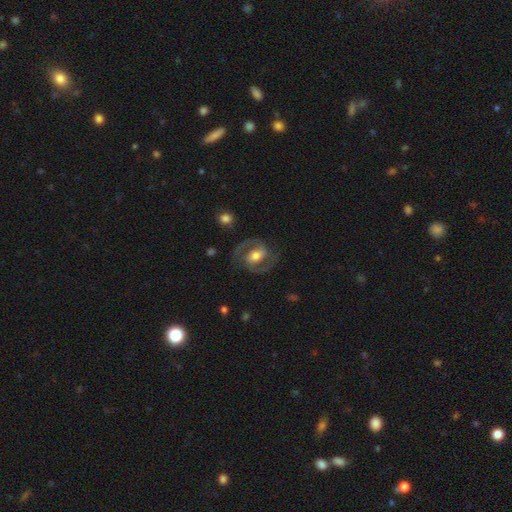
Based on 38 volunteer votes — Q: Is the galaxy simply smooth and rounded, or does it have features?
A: featured or disk — 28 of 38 (74%).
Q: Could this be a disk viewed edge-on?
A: no — 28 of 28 (100%).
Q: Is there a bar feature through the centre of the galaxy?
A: no — 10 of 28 (36%).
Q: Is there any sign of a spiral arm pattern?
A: yes — 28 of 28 (100%).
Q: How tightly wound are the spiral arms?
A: medium — 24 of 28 (86%).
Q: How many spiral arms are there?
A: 2 — 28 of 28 (100%).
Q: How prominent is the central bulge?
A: moderate — 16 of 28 (57%).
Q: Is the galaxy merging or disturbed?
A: none — 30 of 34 (88%).